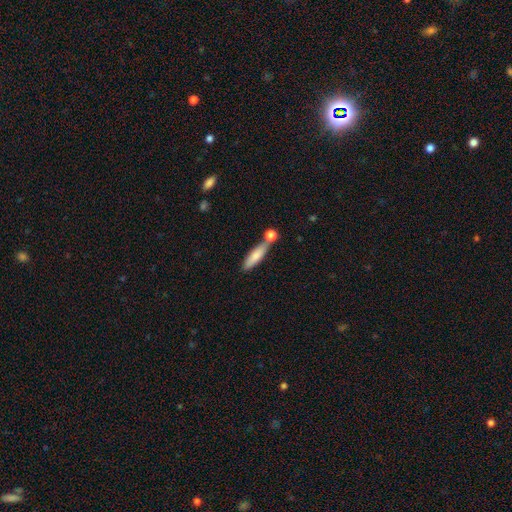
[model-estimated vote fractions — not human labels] Smooth or featured? Predicted: smooth (p=0.75). How rounded? Predicted: cigar-shaped (p=0.69). Merging? Predicted: none (p=0.58).